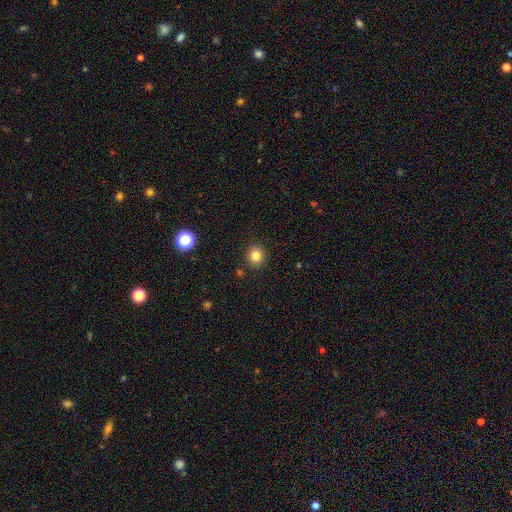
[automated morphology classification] Smooth or featured? smooth (82%)
How rounded? round (82%)
Merging? none (89%)